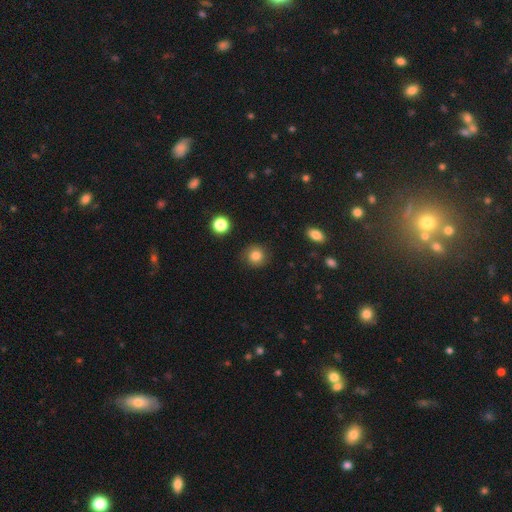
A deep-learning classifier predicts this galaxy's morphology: Overall: smooth (82%). How rounded: round (90%). Merging: none (86%).